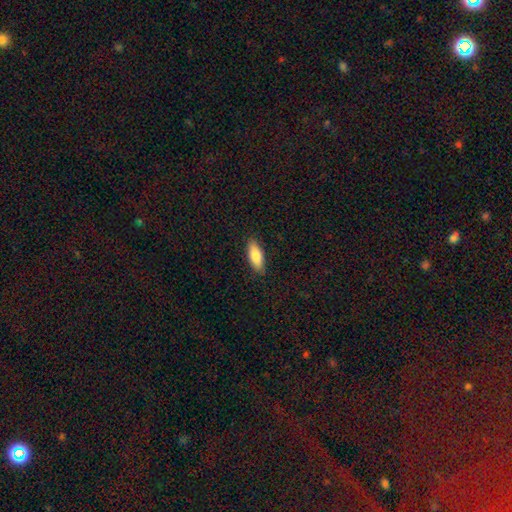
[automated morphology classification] The model was most divided on "how rounded": in between: 71%, cigar-shaped: 27%, round: 2%. More confident: merging — none (88%); smooth or featured — smooth (81%).